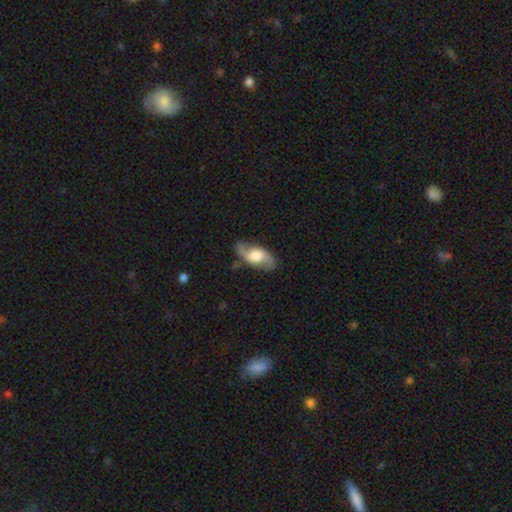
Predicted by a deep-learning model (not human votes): smooth_or_featured: featured or disk (p=0.72) [alt: smooth p=0.22]
disk_edge_on: no (p=0.91) [alt: yes p=0.09]
bar: no (p=0.53) [alt: weak p=0.37]
has_spiral_arms: yes (p=0.91) [alt: no p=0.09]
spiral_winding: loose (p=0.57) [alt: medium p=0.34]
spiral_arm_count: 2 (p=0.92) [alt: can't tell p=0.04]
bulge_size: large (p=0.47) [alt: moderate p=0.35]
merging: none (p=0.80) [alt: minor disturbance p=0.14]